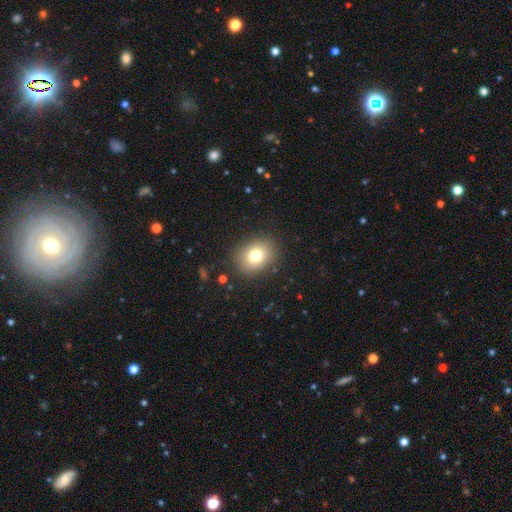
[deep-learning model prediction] A smooth galaxy with no disk features (77%) that is round (53%).

Vote fractions:
- Smooth or featured? smooth: 77% / star or artifact: 12% / featured or disk: 11%
- How rounded? round: 53% / in between: 46% / cigar-shaped: 1%
- Merging? none: 87% / minor disturbance: 8% / major disturbance: 3% / merger: 1%